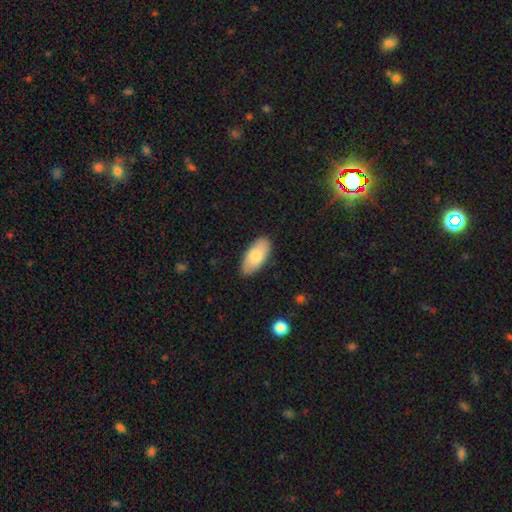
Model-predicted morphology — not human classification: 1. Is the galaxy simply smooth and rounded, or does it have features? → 80% smooth, 15% featured or disk, 6% star or artifact.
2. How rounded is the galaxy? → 92% in between, 6% cigar-shaped, 2% round.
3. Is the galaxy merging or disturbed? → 86% none, 11% minor disturbance, 2% major disturbance, 1% merger.